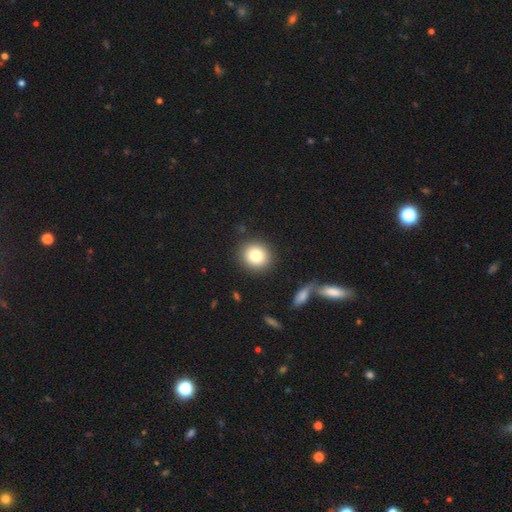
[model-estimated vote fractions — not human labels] Smooth or featured? Predicted: smooth (p=0.81). How rounded? Predicted: round (p=0.85). Merging? Predicted: none (p=0.89).